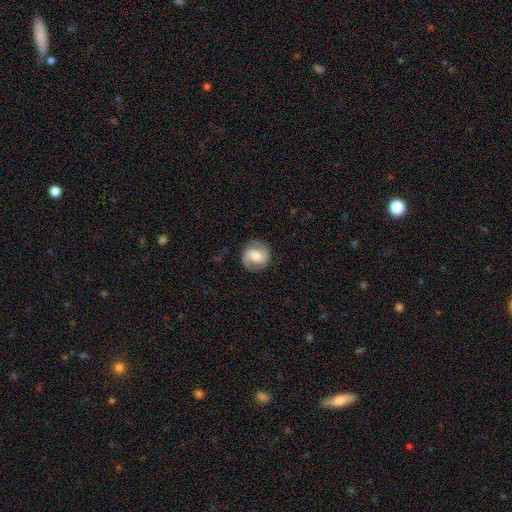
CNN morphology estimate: smooth_or_featured: featured or disk (p=0.72) [alt: smooth p=0.22]
disk_edge_on: no (p=0.98) [alt: yes p=0.02]
bar: weak (p=0.46) [alt: no p=0.30]
has_spiral_arms: yes (p=0.93) [alt: no p=0.07]
spiral_winding: medium (p=0.49) [alt: tight p=0.26]
spiral_arm_count: 2 (p=0.90) [alt: can't tell p=0.04]
bulge_size: moderate (p=0.57) [alt: small p=0.26]
merging: none (p=0.85) [alt: minor disturbance p=0.10]